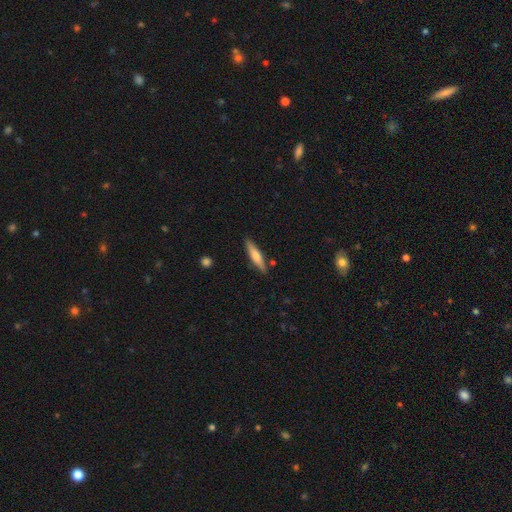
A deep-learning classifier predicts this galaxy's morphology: This appears to be a smooth galaxy with no disk features (57%) that is cigar-shaped (84%). Merging: none (86%).